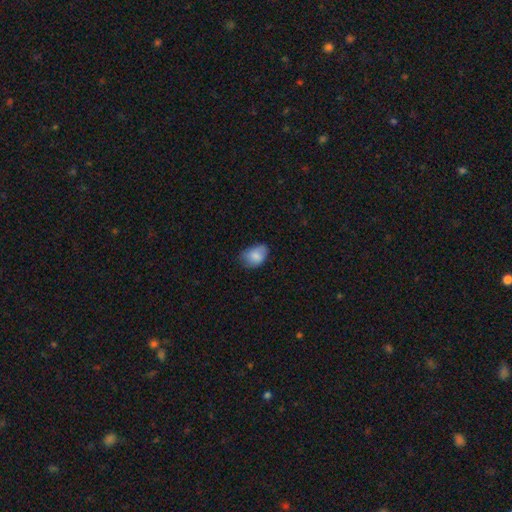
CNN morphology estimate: Smooth or featured? Predicted: smooth (p=0.81). How rounded? Predicted: in between (p=0.83). Merging? Predicted: none (p=0.52).